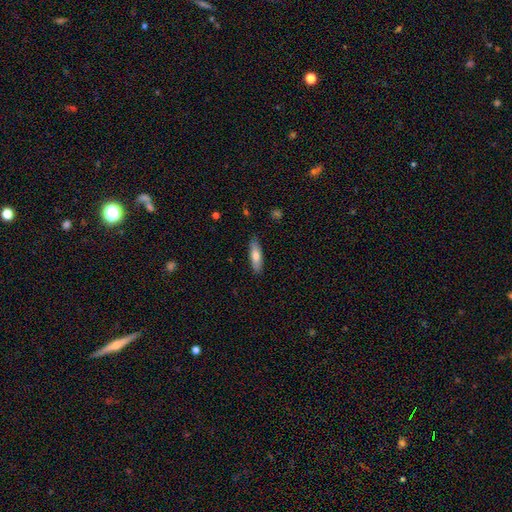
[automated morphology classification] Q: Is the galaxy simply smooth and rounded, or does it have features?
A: smooth — 74%.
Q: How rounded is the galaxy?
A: cigar-shaped — 53%.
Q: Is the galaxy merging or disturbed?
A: none — 87%.